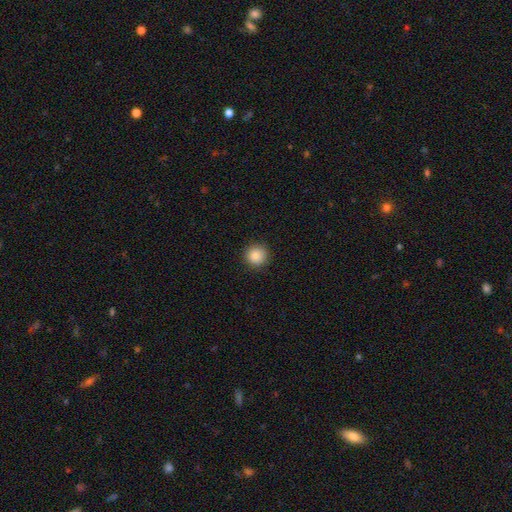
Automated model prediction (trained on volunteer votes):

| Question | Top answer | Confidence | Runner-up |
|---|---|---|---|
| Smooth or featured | smooth | 86% | star or artifact (10%) |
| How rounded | round | 94% | in between (5%) |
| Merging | none | 91% | minor disturbance (6%) |